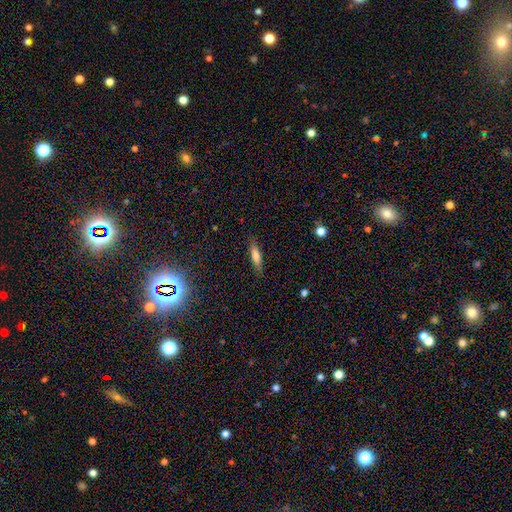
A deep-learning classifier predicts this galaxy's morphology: Q: Smooth or featured?
A: smooth (70%); runner-up: featured or disk (22%)
Q: How rounded?
A: cigar-shaped (71%); runner-up: in between (27%)
Q: Merging?
A: none (85%); runner-up: minor disturbance (11%)